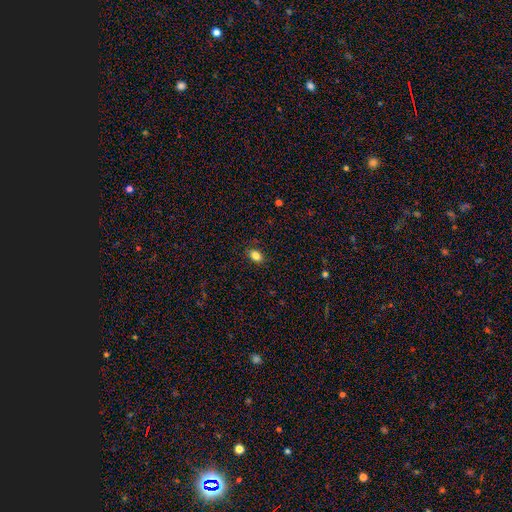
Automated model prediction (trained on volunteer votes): This appears to be a smooth galaxy with no disk features (84%) that is in between round and cigar-shaped (81%). Merging: none (87%).